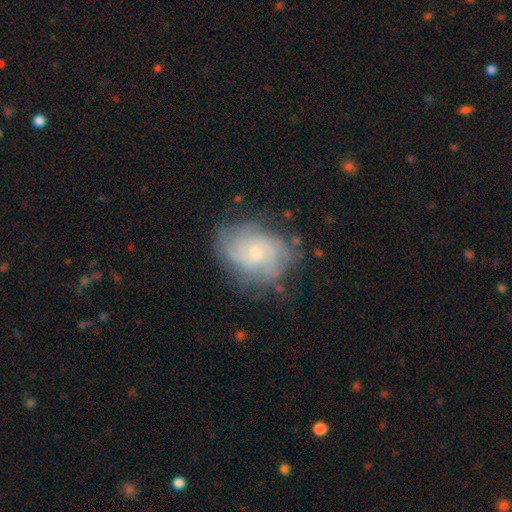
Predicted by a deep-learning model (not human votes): Q: Smooth or featured?
A: featured or disk (72%); runner-up: smooth (21%)
Q: Edge-on disk?
A: no (97%); runner-up: yes (3%)
Q: Bar?
A: no (68%); runner-up: weak (29%)
Q: Spiral arms?
A: yes (89%); runner-up: no (11%)
Q: Spiral winding?
A: tight (55%); runner-up: medium (34%)
Q: Spiral arm count?
A: can't tell (44%); runner-up: 2 (22%)
Q: Bulge size?
A: small (69%); runner-up: moderate (25%)
Q: Merging?
A: none (67%); runner-up: minor disturbance (21%)